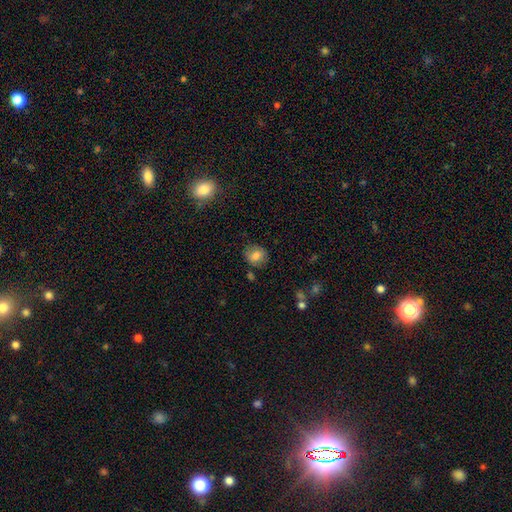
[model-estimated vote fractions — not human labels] smooth_or_featured: smooth (p=0.79) [alt: featured or disk p=0.12]
how_rounded: round (p=0.68) [alt: in between p=0.31]
merging: none (p=0.79) [alt: minor disturbance p=0.14]